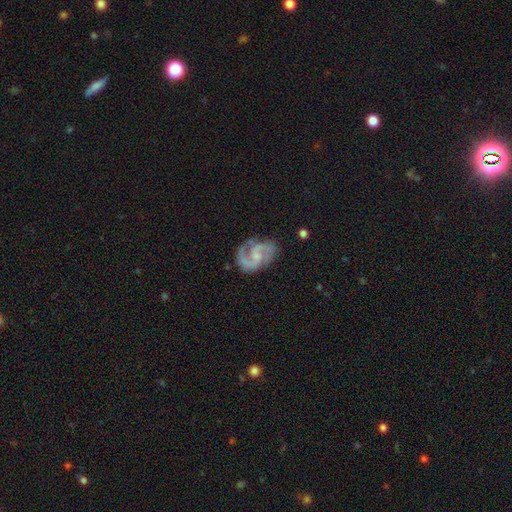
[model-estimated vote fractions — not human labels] Q: Smooth or featured?
A: featured or disk (87%); runner-up: smooth (7%)
Q: Edge-on disk?
A: no (98%); runner-up: yes (2%)
Q: Bar?
A: no (45%); tied with: weak (45%)
Q: Spiral arms?
A: yes (97%); runner-up: no (3%)
Q: Spiral winding?
A: medium (56%); runner-up: tight (25%)
Q: Spiral arm count?
A: 2 (87%); runner-up: can't tell (4%)
Q: Bulge size?
A: small (50%); runner-up: none (24%)
Q: Merging?
A: none (70%); runner-up: minor disturbance (19%)